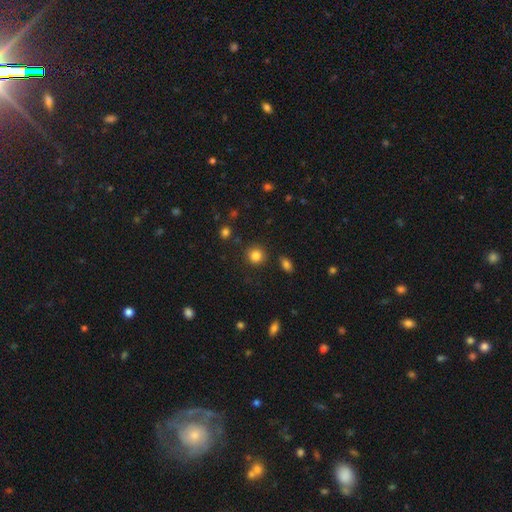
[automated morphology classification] Smooth or featured: smooth — 84% (star or artifact — 11%)
How rounded: round — 90% (in between — 9%)
Merging: none — 86% (minor disturbance — 8%)